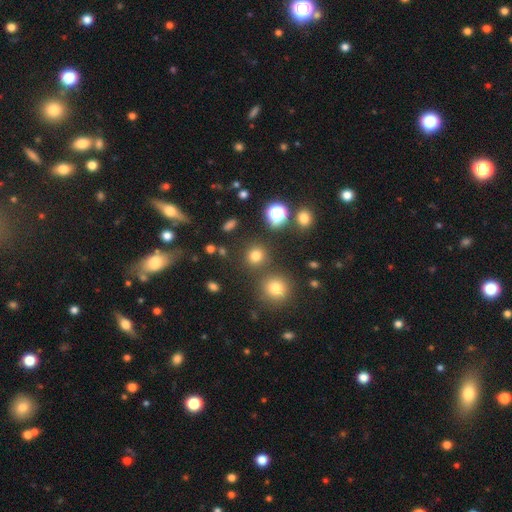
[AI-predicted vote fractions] This appears to be a smooth galaxy with no disk features (72%) that is round (88%). Merging: none (80%).